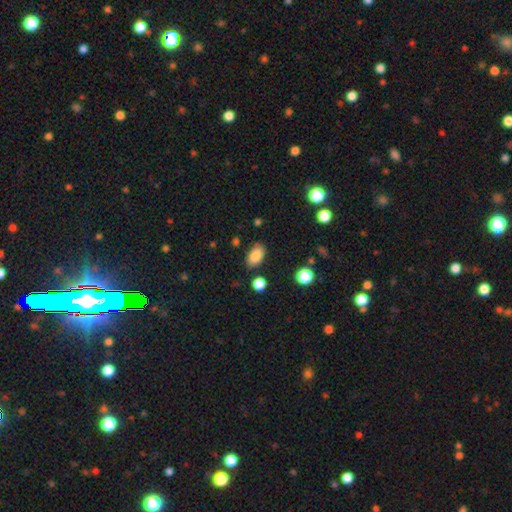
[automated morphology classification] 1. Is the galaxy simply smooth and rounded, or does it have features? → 85% smooth, 9% star or artifact, 6% featured or disk.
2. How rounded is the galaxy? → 89% in between, 9% round, 2% cigar-shaped.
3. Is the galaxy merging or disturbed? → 80% none, 14% minor disturbance, 3% major disturbance, 3% merger.